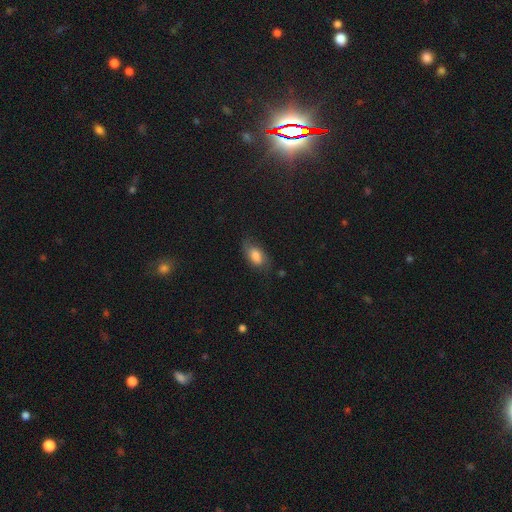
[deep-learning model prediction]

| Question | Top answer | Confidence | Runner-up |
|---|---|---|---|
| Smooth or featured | smooth | 71% | featured or disk (20%) |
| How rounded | in between | 89% | round (6%) |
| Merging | none | 62% | minor disturbance (26%) |